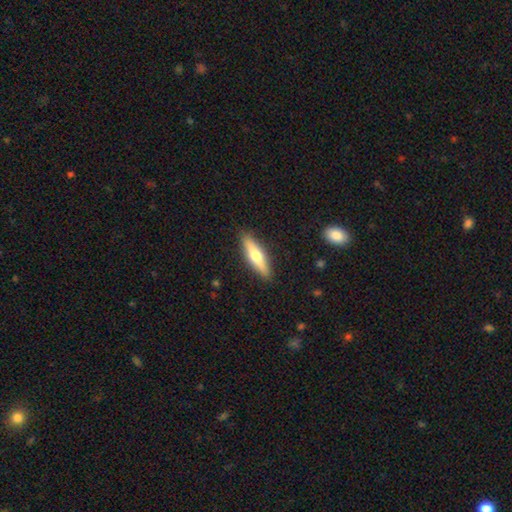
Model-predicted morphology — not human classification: The model was most divided on "smooth or featured": smooth: 54%, featured or disk: 40%, star or artifact: 6%. More confident: merging — none (89%); how rounded — cigar-shaped (70%).